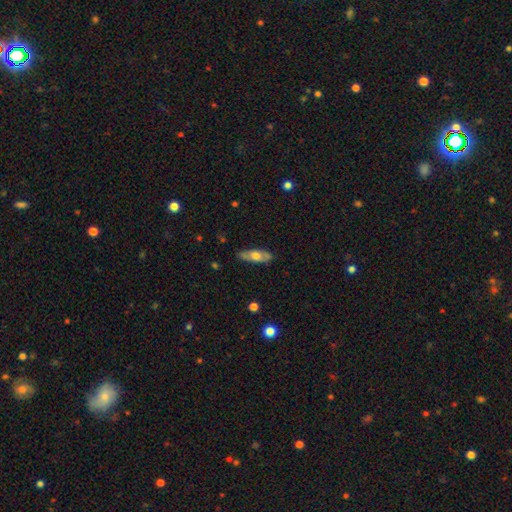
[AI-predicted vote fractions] Smooth or featured? Predicted: smooth (p=0.53). How rounded? Predicted: in between (p=0.68). Merging? Predicted: none (p=0.84).